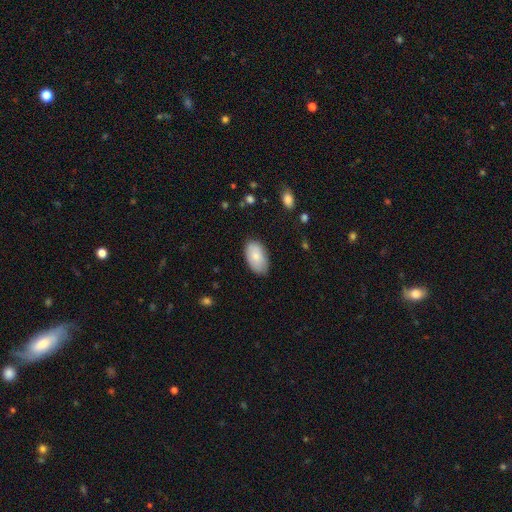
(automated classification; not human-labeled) Overall: smooth (78%). How rounded: in between (94%). Merging: none (79%).